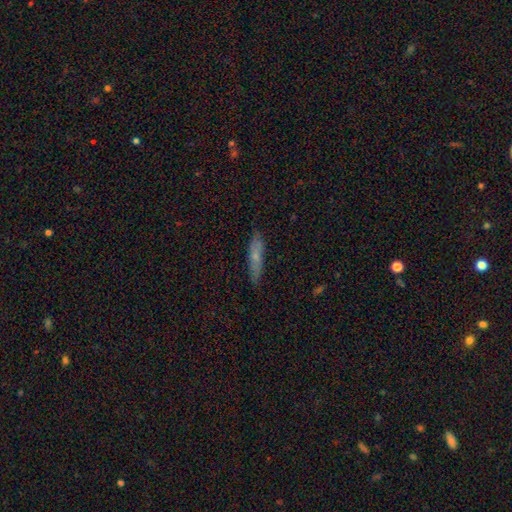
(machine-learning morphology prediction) A smooth galaxy with no disk features (60%) that is cigar-shaped (83%). Merging: none (83%).